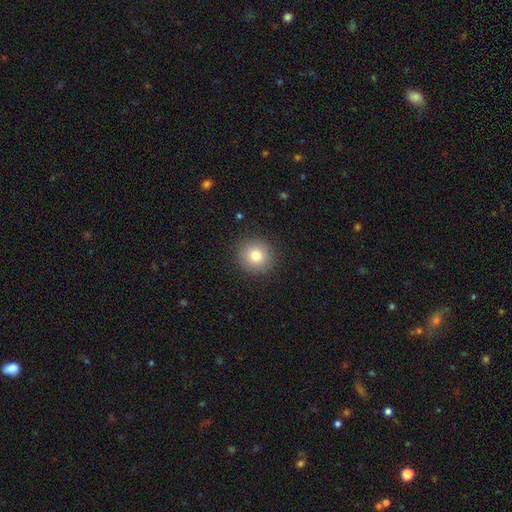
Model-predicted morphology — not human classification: Smooth or featured? Predicted: smooth (p=0.79). How rounded? Predicted: round (p=0.94). Merging? Predicted: none (p=0.90).